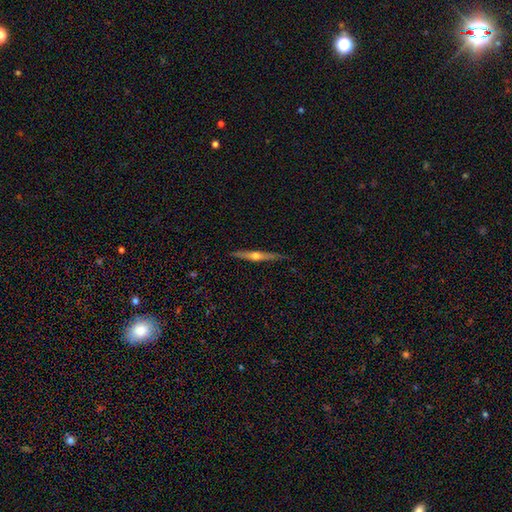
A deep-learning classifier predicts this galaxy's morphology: Overall: featured or disk (68%). Edge-on disk: yes (97%). Edge-on bulge: rounded (91%). Merging: none (86%).